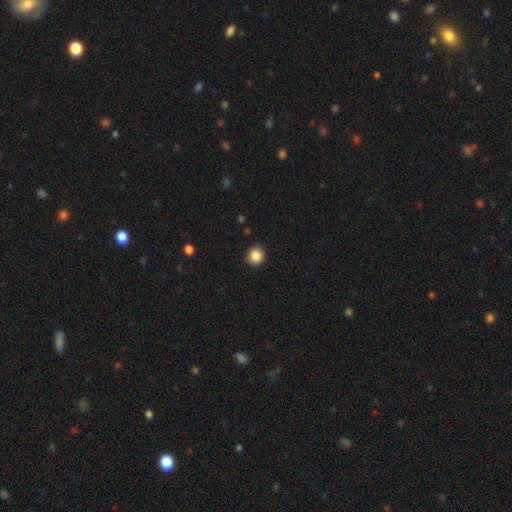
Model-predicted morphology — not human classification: A smooth galaxy with no disk features (86%) that is round (89%).

Vote fractions:
- Smooth or featured? smooth: 86% / star or artifact: 10% / featured or disk: 4%
- How rounded? round: 89% / in between: 10% / cigar-shaped: 1%
- Merging? none: 89% / minor disturbance: 8% / major disturbance: 2% / merger: 1%